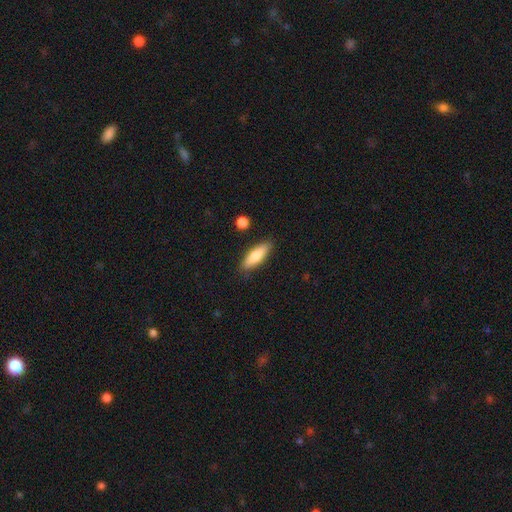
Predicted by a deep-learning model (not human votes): Smooth or featured: smooth — 77% (featured or disk — 17%)
How rounded: in between — 49% (tied with cigar-shaped — 49%)
Merging: none — 85% (minor disturbance — 11%)